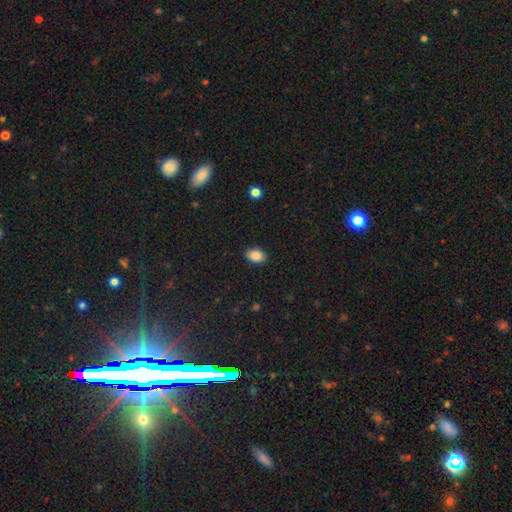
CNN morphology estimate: A smooth galaxy with no disk features (89%) that is in between round and cigar-shaped (86%). Merging: none (87%).